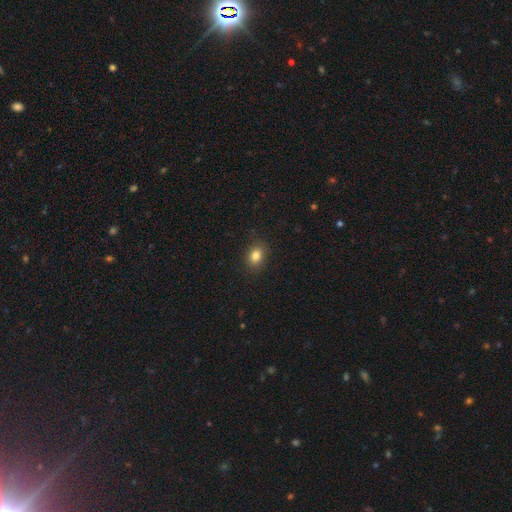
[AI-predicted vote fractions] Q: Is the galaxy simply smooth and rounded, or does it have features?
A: smooth — 83%.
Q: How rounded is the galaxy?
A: in between — 61%.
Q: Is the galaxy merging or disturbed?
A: none — 88%.